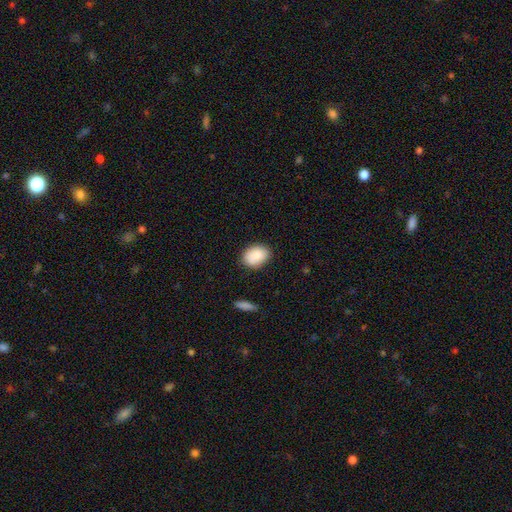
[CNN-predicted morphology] smooth 89%, star or artifact 7%, featured or disk 5%. Down the decision tree: how rounded — in between (74%); merging — none (81%).